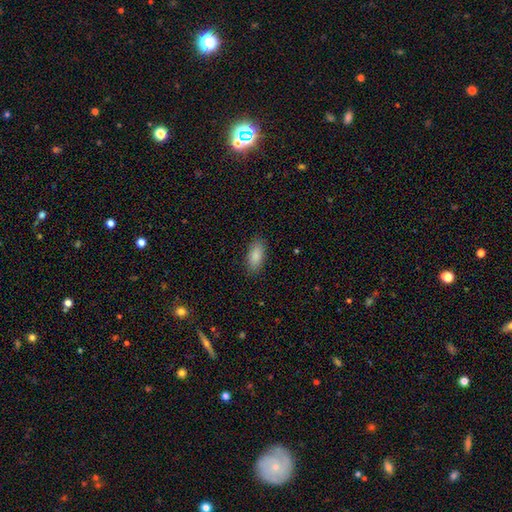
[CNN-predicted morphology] smooth_or_featured: smooth (p=0.88) [alt: star or artifact p=0.07]
how_rounded: in between (p=0.89) [alt: cigar-shaped p=0.09]
merging: none (p=0.87) [alt: minor disturbance p=0.09]